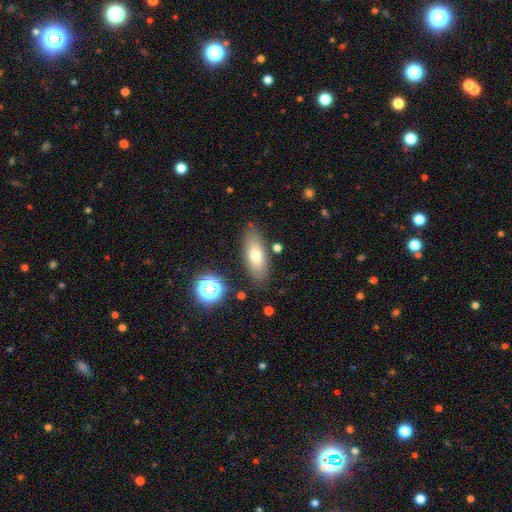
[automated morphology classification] This appears to be a smooth galaxy with no disk features (68%) that is in between round and cigar-shaped (67%). Merging: none (81%).